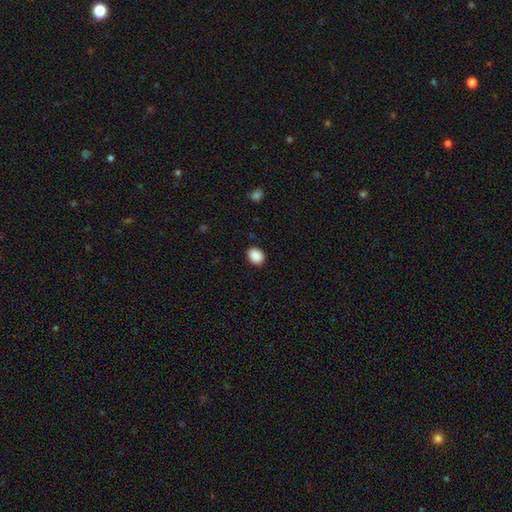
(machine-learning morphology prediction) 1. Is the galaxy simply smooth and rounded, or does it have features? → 90% smooth, 8% star or artifact, 2% featured or disk.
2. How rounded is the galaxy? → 50% in between, 49% round, 1% cigar-shaped.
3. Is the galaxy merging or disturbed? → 89% none, 7% minor disturbance, 2% major disturbance, 1% merger.